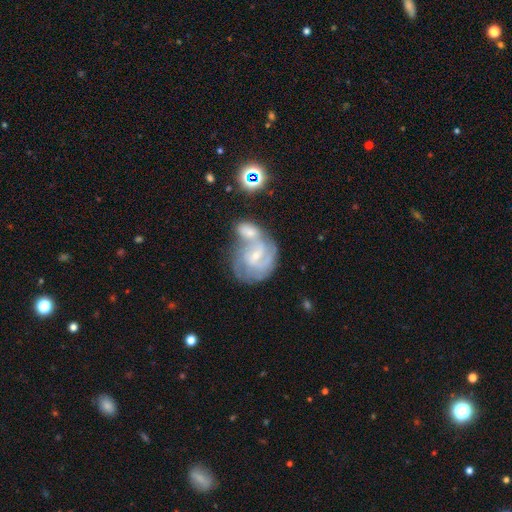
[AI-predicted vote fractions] smooth-or-featured: featured or disk: 78% | smooth: 14% | star or artifact: 7%
  disk-edge-on: no: 97% | yes: 3%
    bar: no: 44% (tied) | weak: 44% (tied) | strong: 12%
    has-spiral-arms: yes: 91% | no: 9%
      spiral-winding: tight: 47% | medium: 40% | loose: 12%
      spiral-arm-count: can't tell: 31% | 2: 27% | 3: 24% | 4: 8% | 1: 5% | more than 4: 4%
    bulge-size: small: 72% | moderate: 23% | none: 3% | large: 1% | dominant: 1%
  merging: merger: 55% | none: 27% | minor disturbance: 11% | major disturbance: 7%